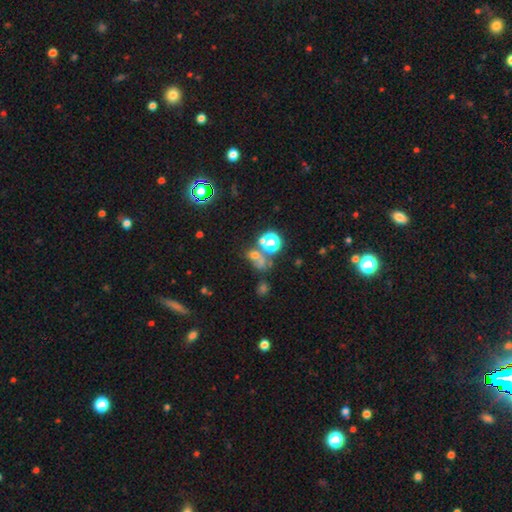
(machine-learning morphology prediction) Smooth or featured?
  - smooth: 47% *
  - star or artifact: 39%
  - featured or disk: 14%
Merging?
  - none: 45% *
  - merger: 31%
  - minor disturbance: 12%
  - major disturbance: 11%